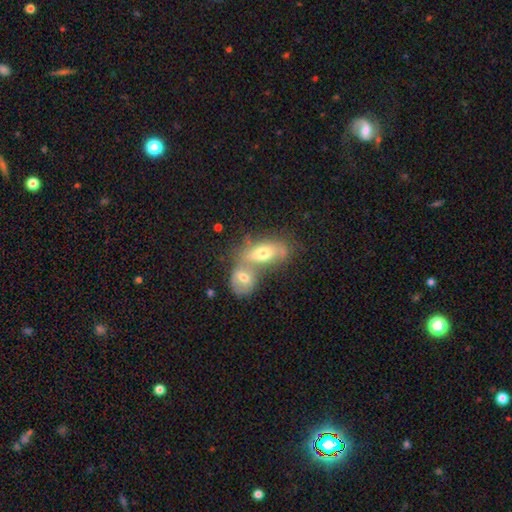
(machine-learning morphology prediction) Smooth or featured? Predicted: smooth (p=0.52). How rounded? Predicted: in between (p=0.71). Merging? Predicted: merger (p=0.61).